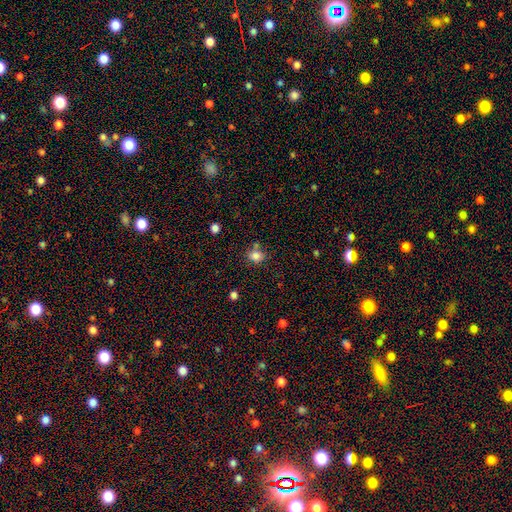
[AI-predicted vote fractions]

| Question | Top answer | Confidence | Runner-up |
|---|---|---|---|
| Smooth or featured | smooth | 81% | star or artifact (12%) |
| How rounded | round | 72% | in between (27%) |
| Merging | none | 66% | merger (16%) |